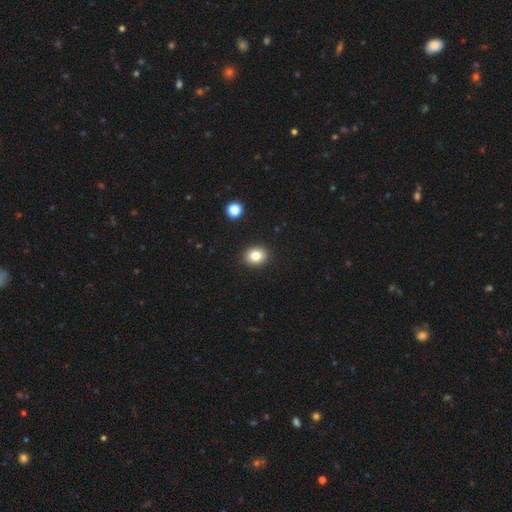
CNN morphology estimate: Overall: smooth (81%). How rounded: round (61%; in between 38%). Merging: none (91%).